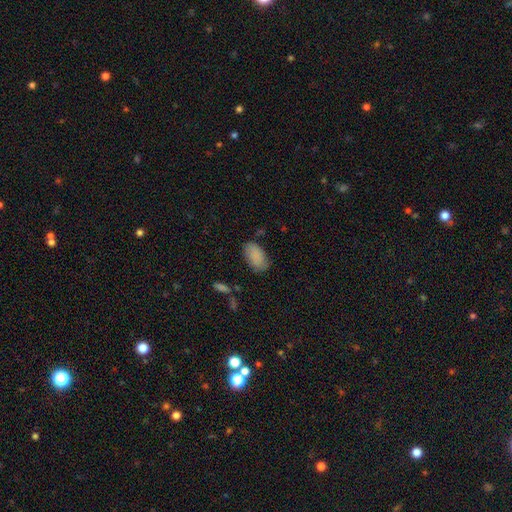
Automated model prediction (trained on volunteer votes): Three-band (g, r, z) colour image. It shows a smooth galaxy with no disk features (87%) that is in between round and cigar-shaped (93%). Merging: none (76%).